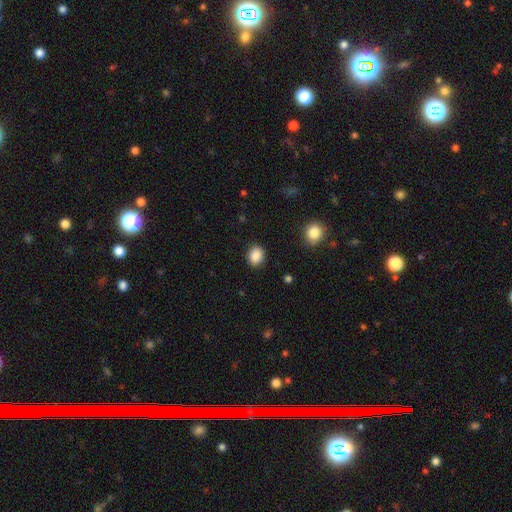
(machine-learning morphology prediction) Smooth or featured: smooth — 88% (star or artifact — 9%)
How rounded: round — 52% (in between — 47%)
Merging: none — 89% (minor disturbance — 8%)